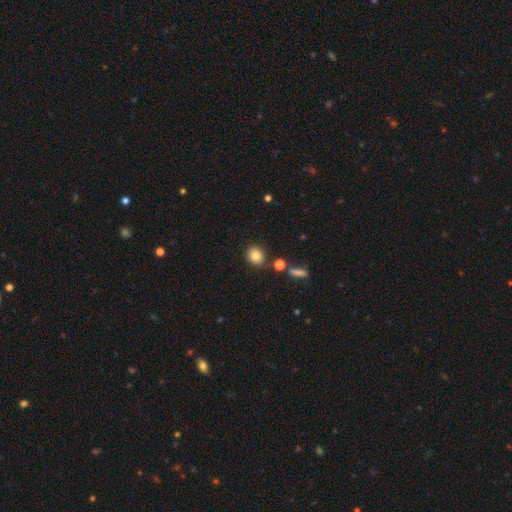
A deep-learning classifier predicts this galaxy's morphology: Smooth or featured?
  - smooth: 83% *
  - star or artifact: 10%
  - featured or disk: 7%
How rounded?
  - round: 73% *
  - in between: 26%
  - cigar-shaped: 1%
Merging?
  - none: 81% *
  - minor disturbance: 9%
  - merger: 7%
  - major disturbance: 3%